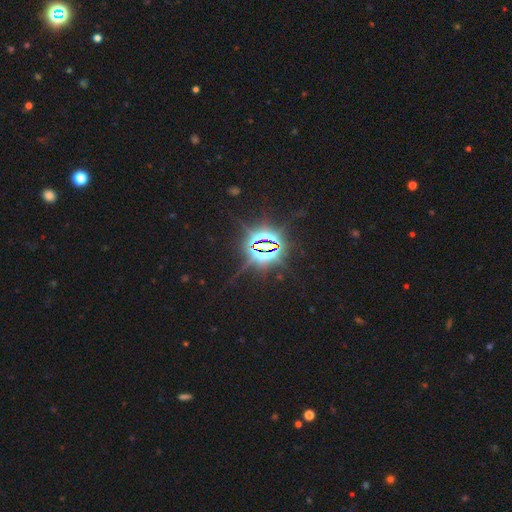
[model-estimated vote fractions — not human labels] Smooth or featured?
  - star or artifact: 87% *
  - smooth: 7%
  - featured or disk: 6%